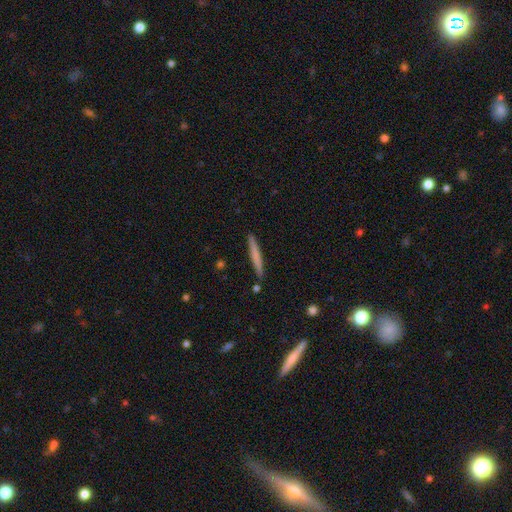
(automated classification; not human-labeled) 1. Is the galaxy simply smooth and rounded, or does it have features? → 64% smooth, 31% featured or disk, 5% star or artifact.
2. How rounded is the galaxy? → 97% cigar-shaped, 2% in between, 1% round.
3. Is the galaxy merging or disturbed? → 89% none, 7% minor disturbance, 2% merger, 1% major disturbance.